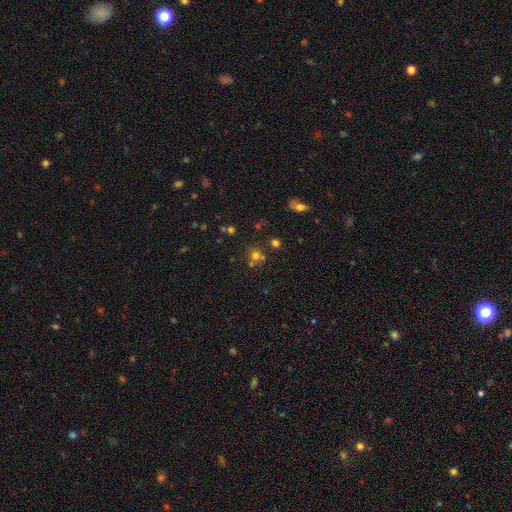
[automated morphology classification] A smooth galaxy with no disk features (61%) that is round (87%).

Vote fractions:
- Smooth or featured? smooth: 61% / star or artifact: 28% / featured or disk: 11%
- How rounded? round: 87% / in between: 12% / cigar-shaped: 1%
- Merging? none: 61% / merger: 27% / minor disturbance: 8% / major disturbance: 4%